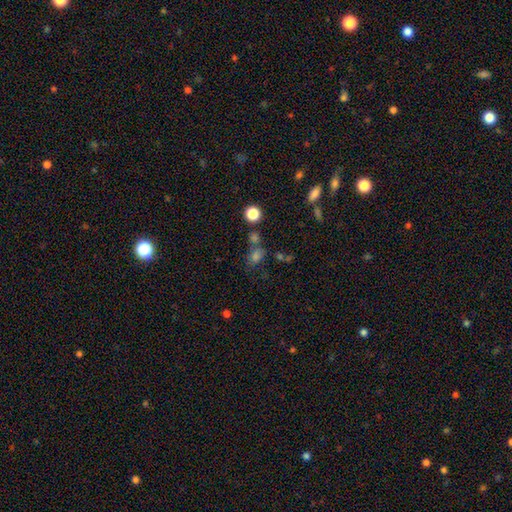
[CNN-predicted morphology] smooth_or_featured: smooth (p=0.67) [alt: star or artifact p=0.24]
how_rounded: in between (p=0.57) [alt: round p=0.40]
merging: none (p=0.57) [alt: merger p=0.22]